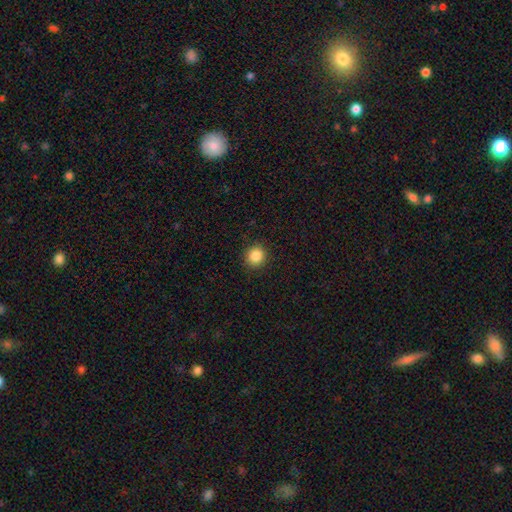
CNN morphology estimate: This appears to be a smooth galaxy with no disk features (87%) that is round (90%). Merging: none (91%).